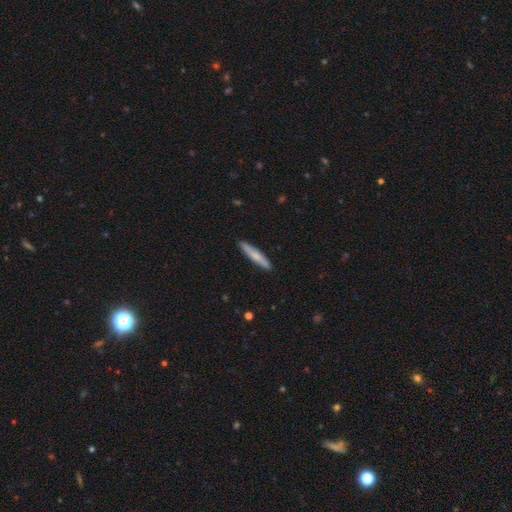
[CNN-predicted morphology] The model was most divided on "smooth or featured": smooth: 68%, featured or disk: 27%, star or artifact: 5%. More confident: how rounded — cigar-shaped (92%); merging — none (90%).